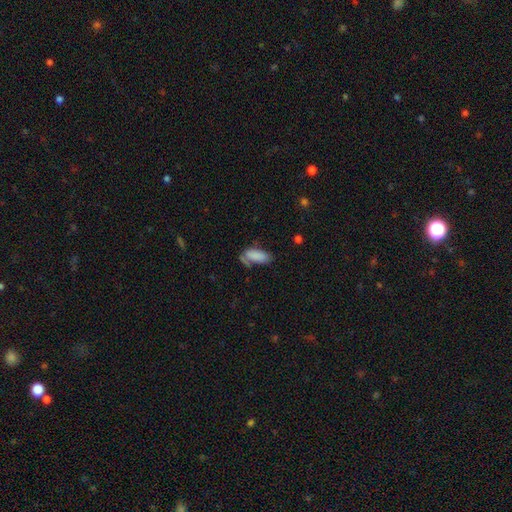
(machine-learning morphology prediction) smooth-or-featured: smooth: 83% | featured or disk: 10% | star or artifact: 8%
  how-rounded: in between: 82% | cigar-shaped: 16% | round: 2%
  merging: none: 49% | minor disturbance: 25% | major disturbance: 13% | merger: 12%